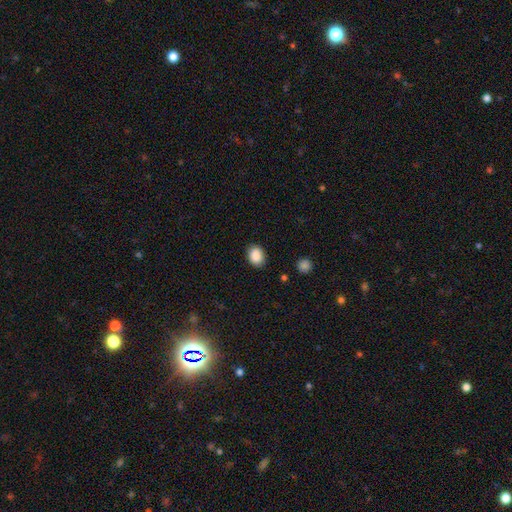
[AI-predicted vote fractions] A smooth galaxy with no disk features (89%) that is in between round and cigar-shaped (62%).

Vote fractions:
- Smooth or featured? smooth: 89% / star or artifact: 8% / featured or disk: 3%
- How rounded? in between: 62% / round: 37% / cigar-shaped: 1%
- Merging? none: 86% / minor disturbance: 10% / major disturbance: 3% / merger: 1%